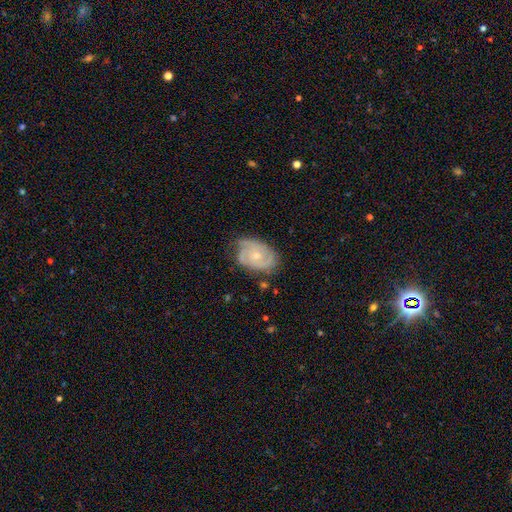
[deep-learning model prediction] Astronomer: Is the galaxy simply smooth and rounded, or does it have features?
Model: featured or disk — 76%.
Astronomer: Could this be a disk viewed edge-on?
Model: no — 97%.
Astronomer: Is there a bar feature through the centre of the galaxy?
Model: no — 78%.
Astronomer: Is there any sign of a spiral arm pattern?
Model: yes — 91%.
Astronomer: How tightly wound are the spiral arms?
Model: tight — 56% (runner-up: medium, 34%).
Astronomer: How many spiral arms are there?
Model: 2 — 43% (runner-up: can't tell, 23%).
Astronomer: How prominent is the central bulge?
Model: small — 62%.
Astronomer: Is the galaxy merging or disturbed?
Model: none — 64%.